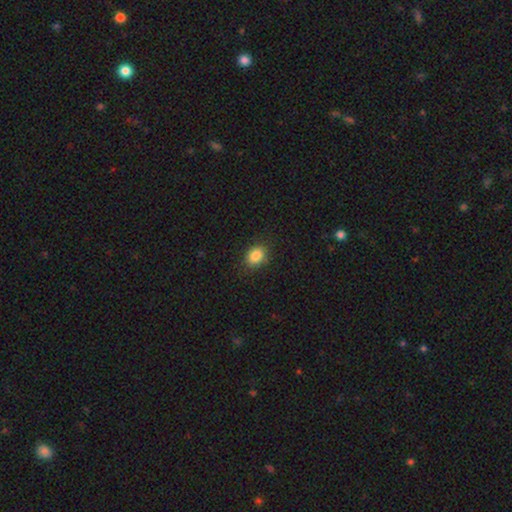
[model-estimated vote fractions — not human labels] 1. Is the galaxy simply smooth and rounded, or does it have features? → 86% smooth, 9% star or artifact, 5% featured or disk.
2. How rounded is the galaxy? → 66% in between, 33% round, 1% cigar-shaped.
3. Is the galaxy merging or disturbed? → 85% none, 11% minor disturbance, 3% major disturbance, 1% merger.